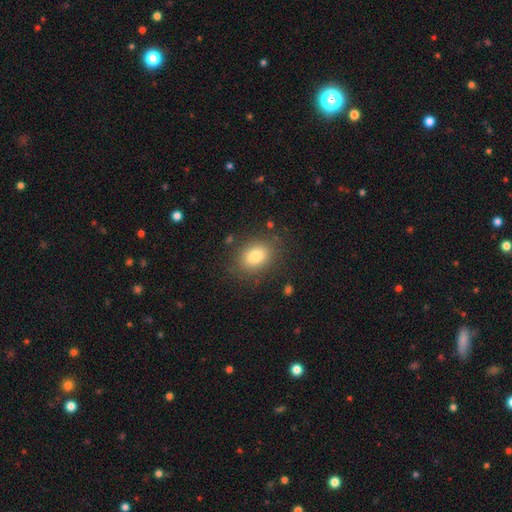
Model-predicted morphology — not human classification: Q: Smooth or featured?
A: smooth (81%); runner-up: featured or disk (10%)
Q: How rounded?
A: in between (72%); runner-up: round (26%)
Q: Merging?
A: none (82%); runner-up: minor disturbance (12%)